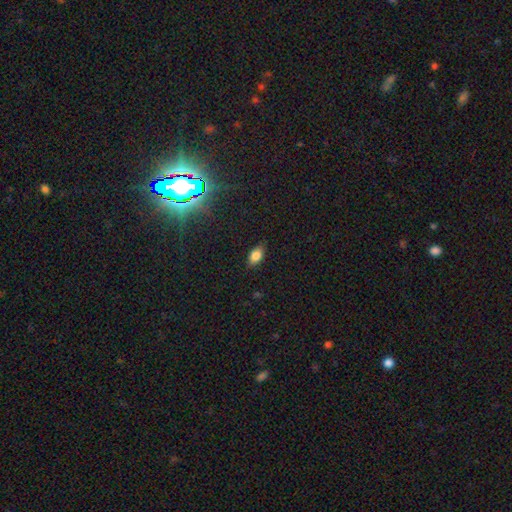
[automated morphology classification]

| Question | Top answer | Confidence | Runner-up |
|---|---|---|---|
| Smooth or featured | smooth | 81% | star or artifact (10%) |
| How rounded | in between | 89% | round (7%) |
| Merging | none | 85% | minor disturbance (12%) |